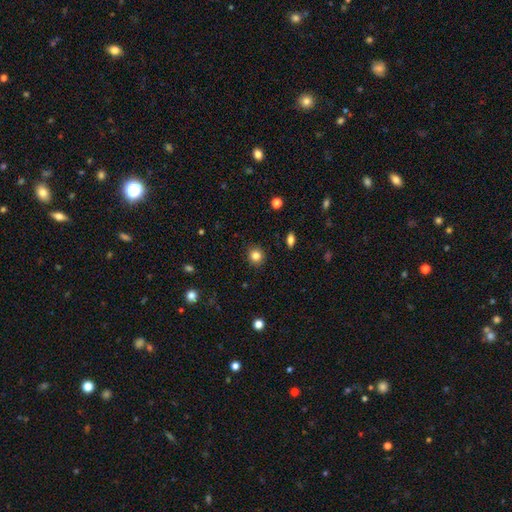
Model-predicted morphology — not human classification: Smooth or featured? Predicted: smooth (p=0.83). How rounded? Predicted: round (p=0.86). Merging? Predicted: none (p=0.90).